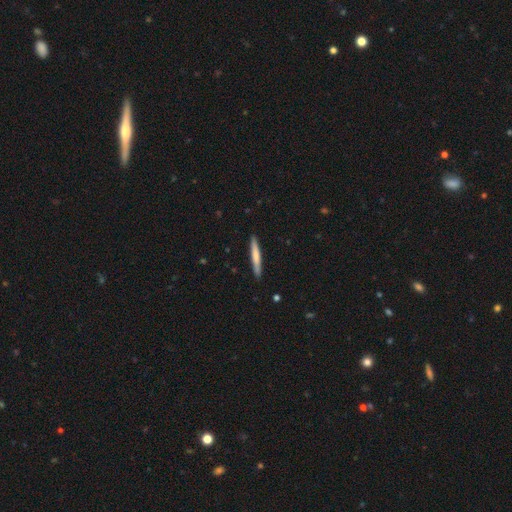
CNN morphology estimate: smooth-or-featured: smooth: 66% | featured or disk: 29% | star or artifact: 5%
  how-rounded: cigar-shaped: 96% | in between: 3% | round: 1%
  merging: none: 90% | minor disturbance: 7% | major disturbance: 1% | merger: 1%